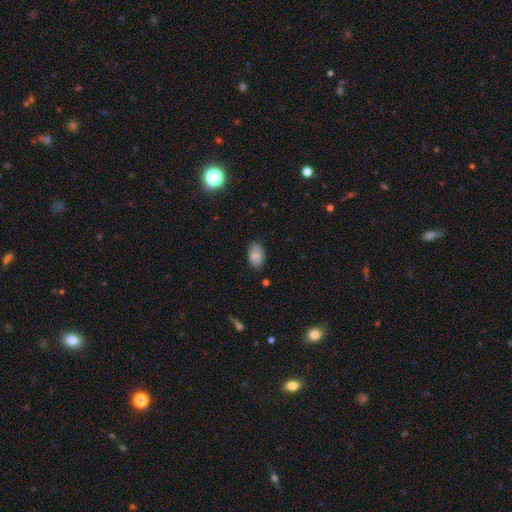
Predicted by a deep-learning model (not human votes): Overall: smooth (82%). How rounded: in between (91%). Merging: none (80%).